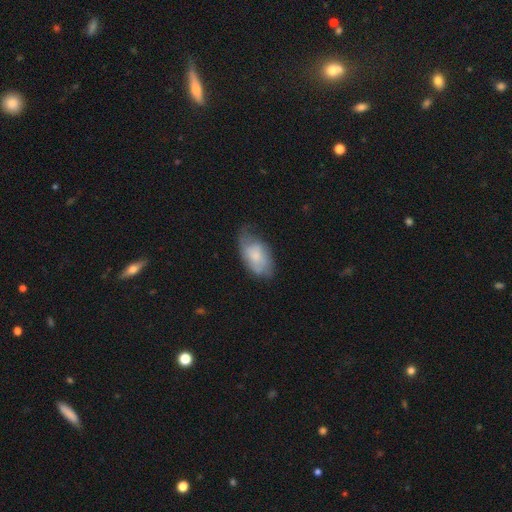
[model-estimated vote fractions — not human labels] This appears to be a smooth galaxy with no disk features (59%) that is in between round and cigar-shaped (93%). Merging: none (45%).